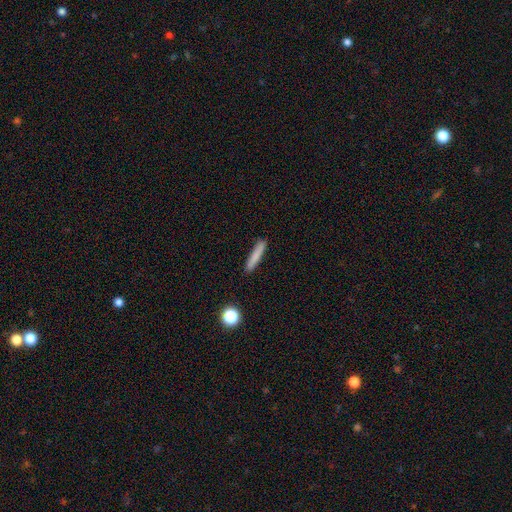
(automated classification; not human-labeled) Smooth or featured?
  - smooth: 80% *
  - featured or disk: 12%
  - star or artifact: 7%
How rounded?
  - cigar-shaped: 93% *
  - in between: 6%
  - round: 2%
Merging?
  - none: 89% *
  - minor disturbance: 8%
  - major disturbance: 2%
  - merger: 2%